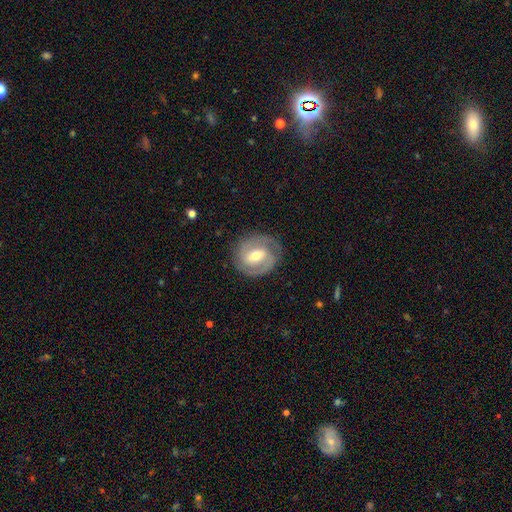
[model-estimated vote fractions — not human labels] Smooth or featured? featured or disk (81%)
Edge-on disk? no (97%)
Bar? weak (47%)
Spiral arms? yes (91%)
Spiral winding? tight (54%)
Spiral arm count? 2 (84%)
Bulge size? moderate (66%)
Merging? none (83%)